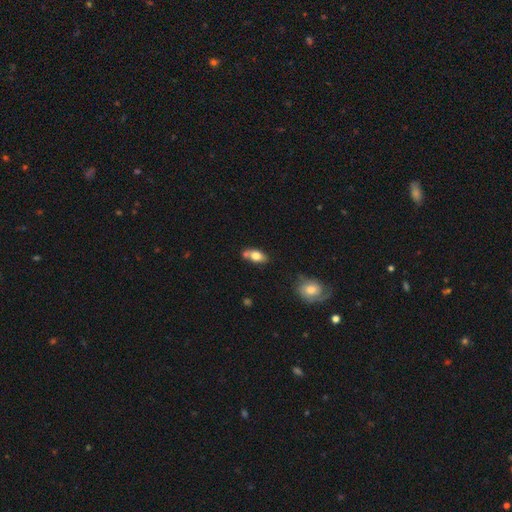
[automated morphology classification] Smooth or featured? smooth (76%)
How rounded? in between (85%)
Merging? none (54%)